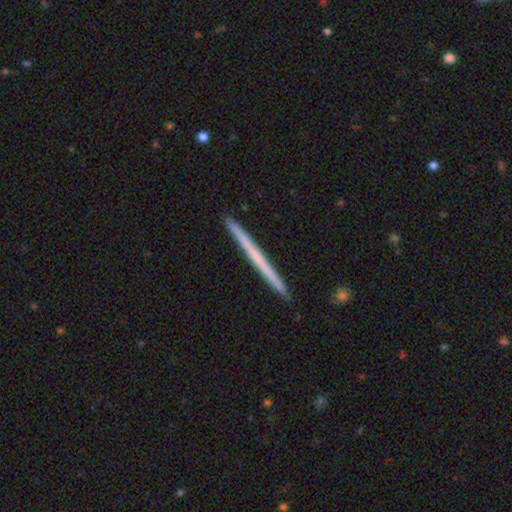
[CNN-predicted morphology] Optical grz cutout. It shows a featured or disk galaxy (51%) viewed edge-on (98%) with no central bulge (90%). Merging: none (93%).